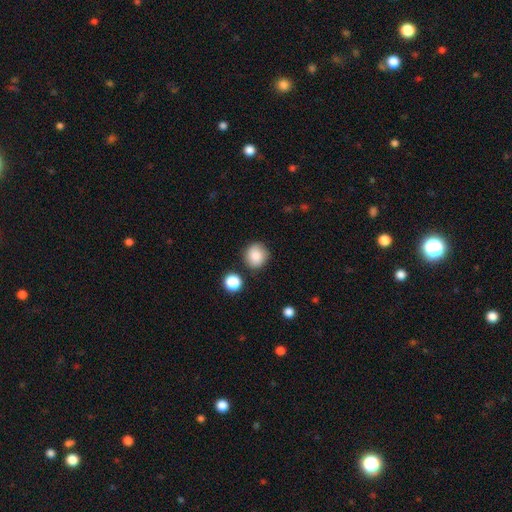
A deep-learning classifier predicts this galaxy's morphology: This is clearly a smooth galaxy (86%). How rounded: clearly round (89%). Merging: clearly none (83%).